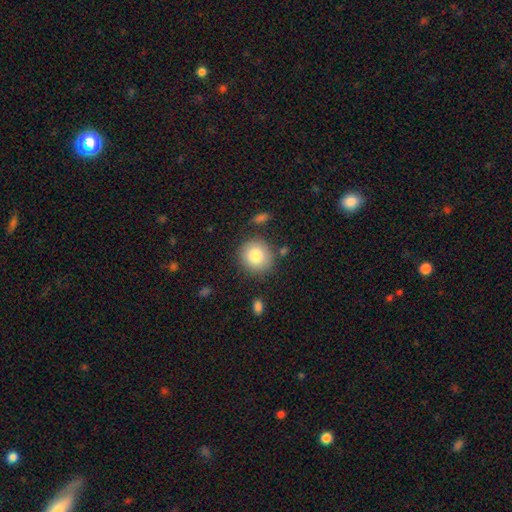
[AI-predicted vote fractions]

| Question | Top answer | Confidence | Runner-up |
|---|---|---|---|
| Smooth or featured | smooth | 83% | featured or disk (9%) |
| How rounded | round | 90% | in between (9%) |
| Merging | none | 83% | minor disturbance (10%) |